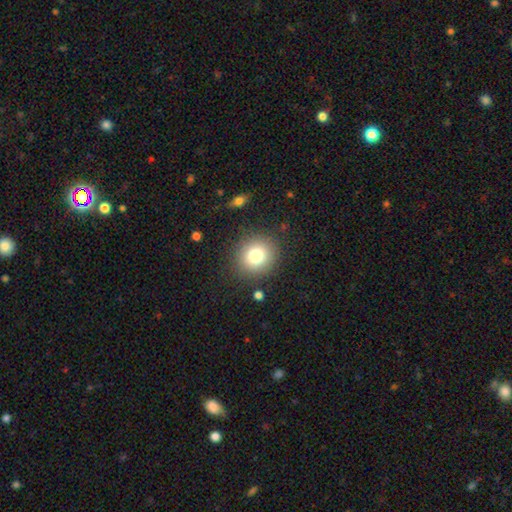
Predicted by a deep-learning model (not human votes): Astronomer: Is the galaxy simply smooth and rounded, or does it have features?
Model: smooth — 77%.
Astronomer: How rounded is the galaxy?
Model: round — 84%.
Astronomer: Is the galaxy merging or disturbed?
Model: none — 87%.